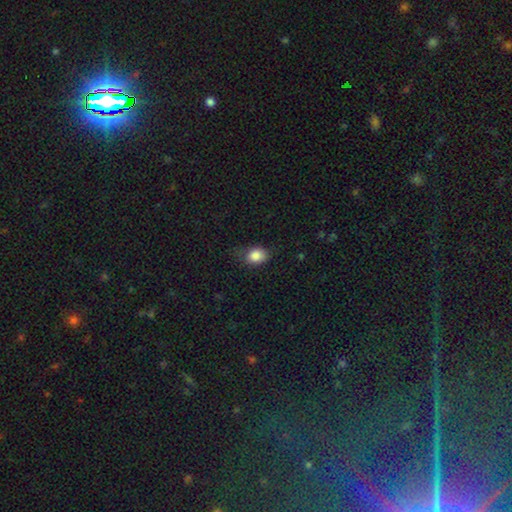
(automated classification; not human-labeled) smooth_or_featured: smooth (p=0.85) [alt: star or artifact p=0.09]
how_rounded: in between (p=0.65) [alt: round p=0.34]
merging: none (p=0.66) [alt: minor disturbance p=0.26]